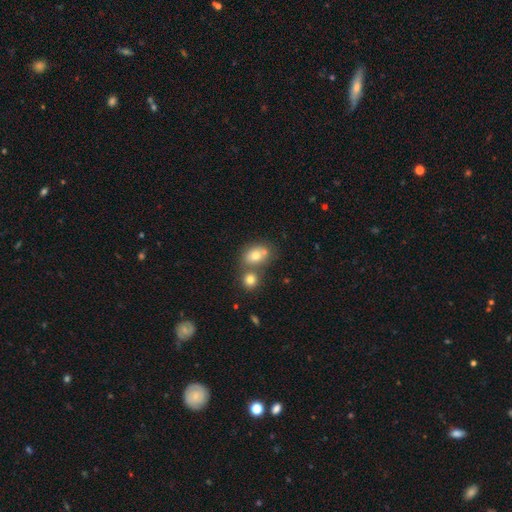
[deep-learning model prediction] smooth-or-featured: smooth: 73% | featured or disk: 15% | star or artifact: 12%
  how-rounded: in between: 60% | round: 39% | cigar-shaped: 2%
  merging: merger: 44% | none: 41% | minor disturbance: 11% | major disturbance: 4%